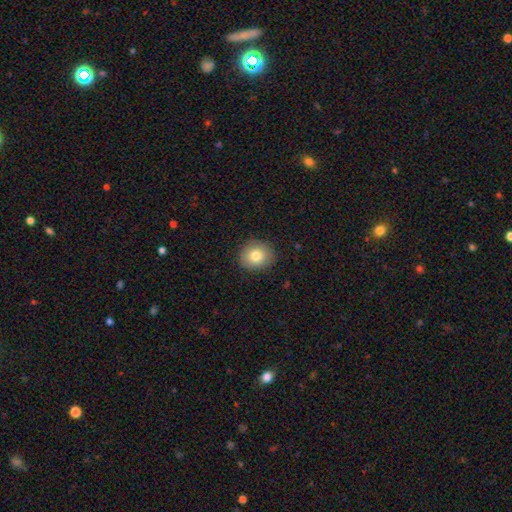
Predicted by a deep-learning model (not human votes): Q: Smooth or featured?
A: smooth (79%); runner-up: featured or disk (11%)
Q: How rounded?
A: round (78%); runner-up: in between (22%)
Q: Merging?
A: none (88%); runner-up: minor disturbance (8%)